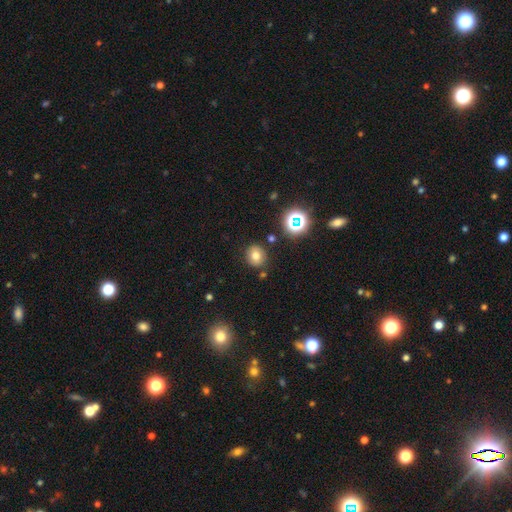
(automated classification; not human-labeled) Smooth or featured?
  - smooth: 73% *
  - star or artifact: 18%
  - featured or disk: 10%
How rounded?
  - round: 79% *
  - in between: 20%
  - cigar-shaped: 1%
Merging?
  - none: 84% *
  - minor disturbance: 9%
  - merger: 4%
  - major disturbance: 3%